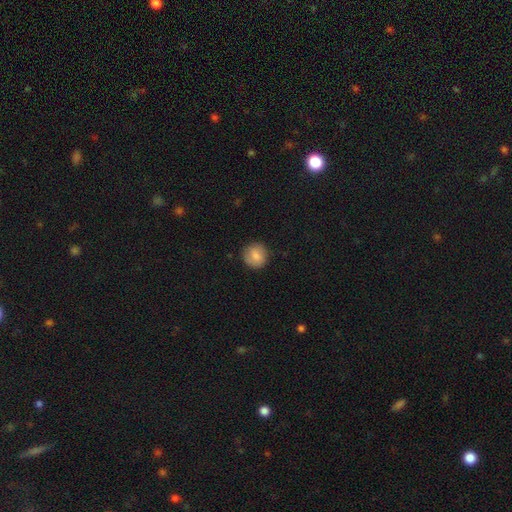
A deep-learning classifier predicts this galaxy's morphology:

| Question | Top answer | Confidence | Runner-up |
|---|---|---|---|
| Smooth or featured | smooth | 80% | featured or disk (12%) |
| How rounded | round | 91% | in between (8%) |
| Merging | none | 85% | minor disturbance (11%) |